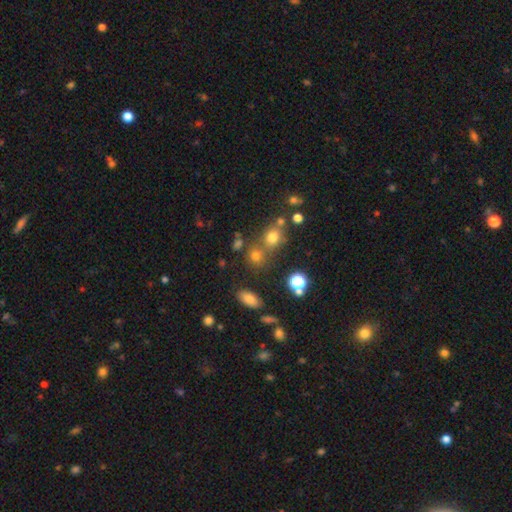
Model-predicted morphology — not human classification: Overall: smooth (70%). How rounded: round (70%). Merging: none (59%; merger 26%).